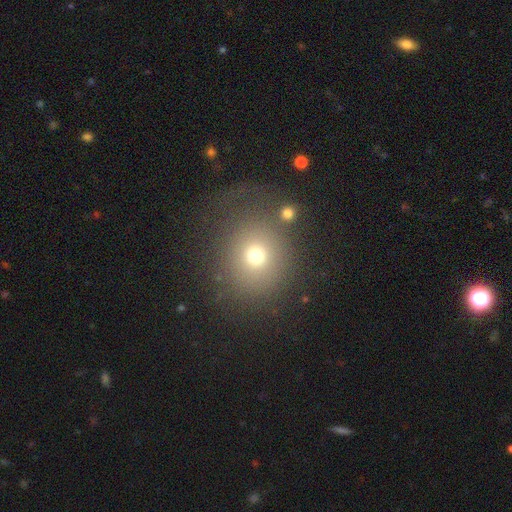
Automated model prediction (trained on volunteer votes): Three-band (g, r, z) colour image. It shows a smooth galaxy with no disk features (71%) that is round (84%). Merging: none (75%).